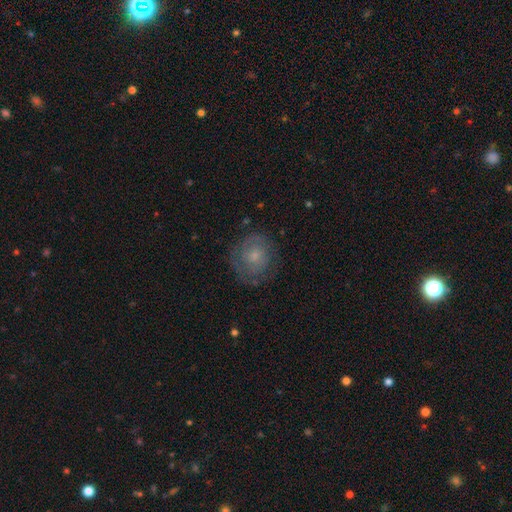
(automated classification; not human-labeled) This appears to be a featured or disk galaxy (48%). Merging: none (76%).